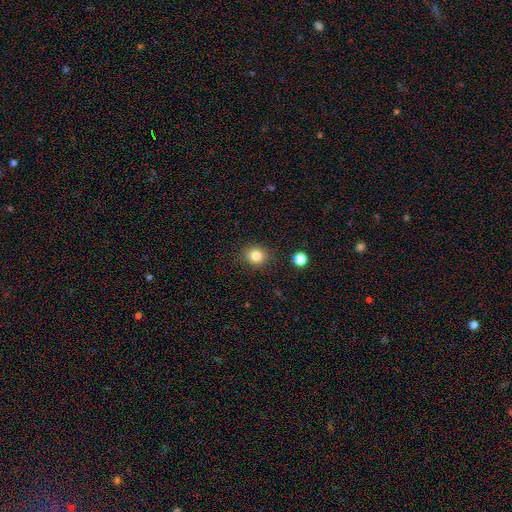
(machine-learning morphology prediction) A smooth galaxy with no disk features (82%) that is round (76%).

Vote fractions:
- Smooth or featured? smooth: 82% / star or artifact: 12% / featured or disk: 6%
- How rounded? round: 76% / in between: 23% / cigar-shaped: 1%
- Merging? none: 88% / minor disturbance: 8% / major disturbance: 2% / merger: 2%